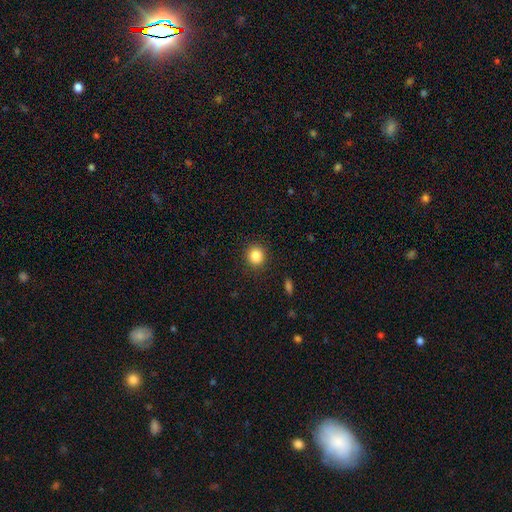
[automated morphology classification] The model was most divided on "smooth or featured": smooth: 85%, star or artifact: 11%, featured or disk: 5%. More confident: merging — none (90%); how rounded — round (88%).